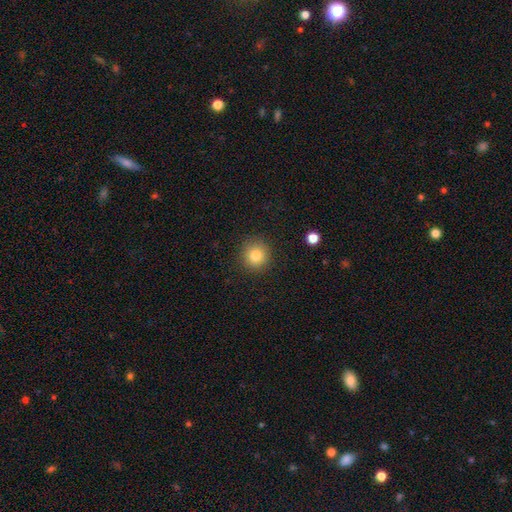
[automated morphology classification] Smooth or featured? smooth (82%)
How rounded? round (93%)
Merging? none (91%)